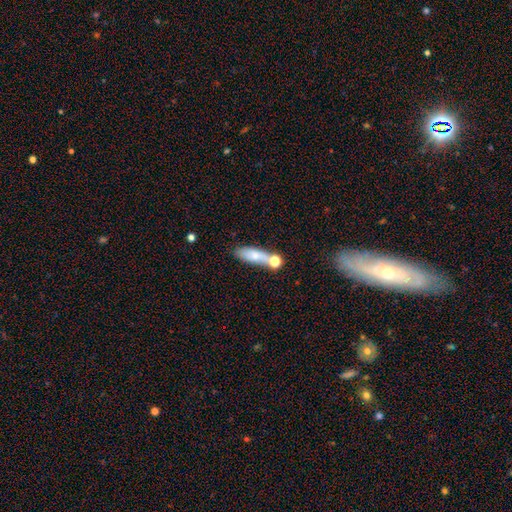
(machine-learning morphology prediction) Smooth or featured: smooth — 71% (featured or disk — 20%)
How rounded: in between — 48% (cigar-shaped — 47%)
Merging: none — 49% (merger — 27%)